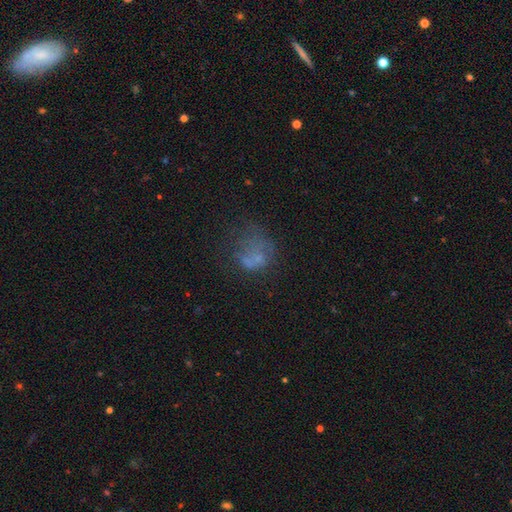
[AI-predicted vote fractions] smooth_or_featured: smooth (p=0.43) [alt: featured or disk p=0.36]
merging: none (p=0.36) [alt: major disturbance p=0.34]